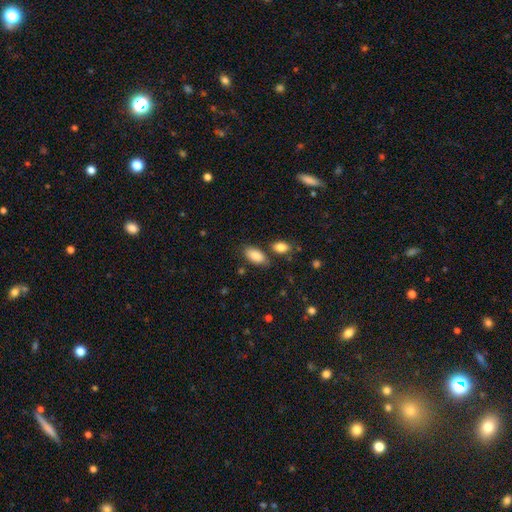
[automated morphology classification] smooth 86%, star or artifact 7%, featured or disk 7%. Down the decision tree: how rounded — in between (93%); merging — none (74%).